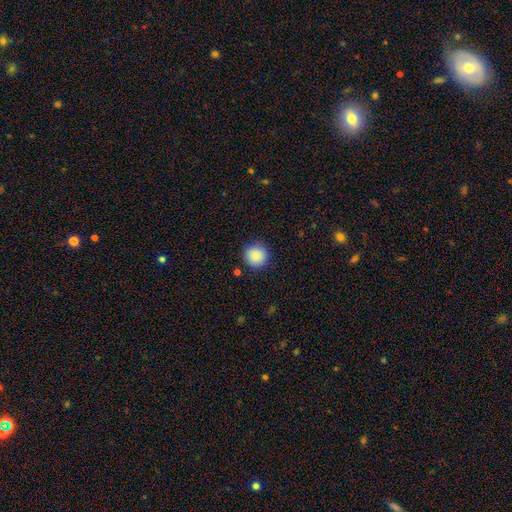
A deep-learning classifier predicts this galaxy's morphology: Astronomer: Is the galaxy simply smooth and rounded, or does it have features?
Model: smooth — 86%.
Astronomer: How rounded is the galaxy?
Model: round — 95%.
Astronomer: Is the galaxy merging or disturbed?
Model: none — 89%.